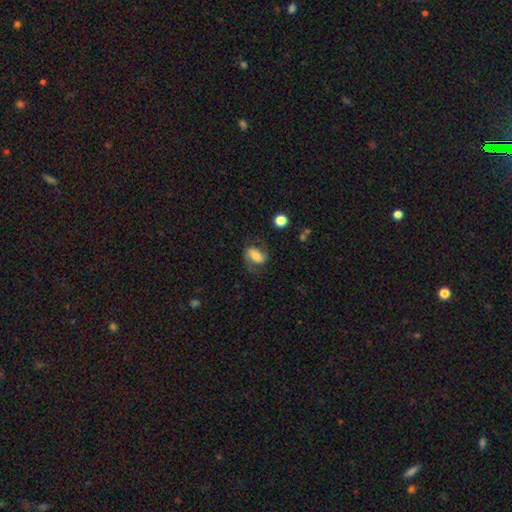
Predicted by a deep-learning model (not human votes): featured or disk 56%, smooth 36%, star or artifact 8%. Down the decision tree: edge-on disk — no (96%); bar — weak (36%); spiral arms — yes (89%); bulge size — moderate (49%); merging — none (68%).